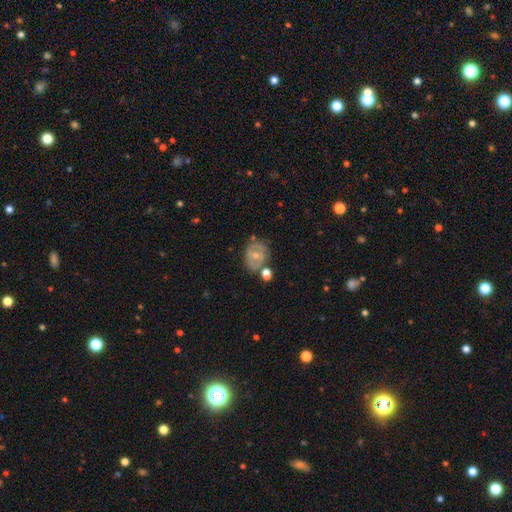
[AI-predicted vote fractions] Overall: featured or disk (62%; smooth 31%). Edge-on disk: no (96%). Bar: weak (44%; no 42%). Spiral arms: yes (69%; no 31%). Bulge size: small (47%; moderate 46%). Merging: none (56%; minor disturbance 21%).